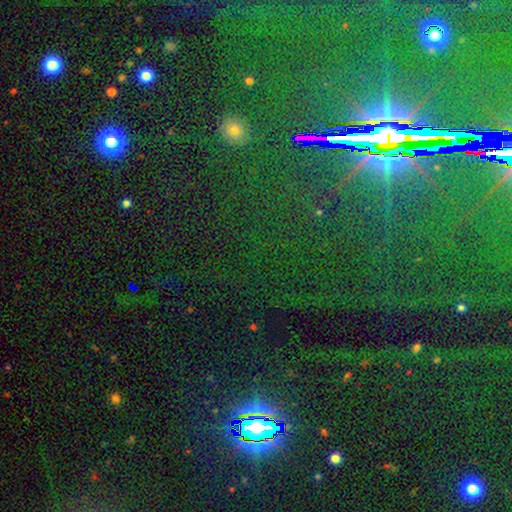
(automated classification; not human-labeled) This appears to be a star or artifact, not a galaxy (83%).